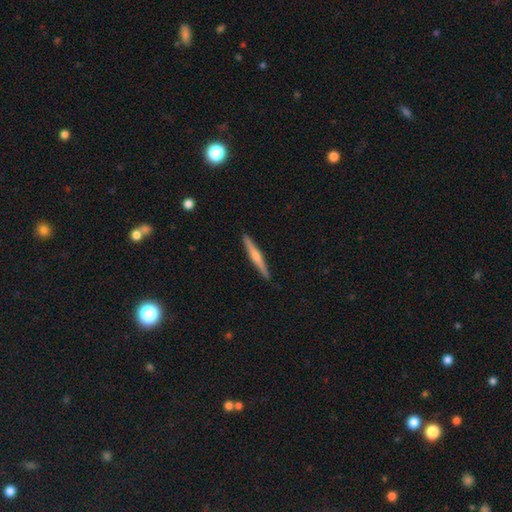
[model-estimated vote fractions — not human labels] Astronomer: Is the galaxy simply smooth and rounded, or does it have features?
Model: featured or disk — 63%.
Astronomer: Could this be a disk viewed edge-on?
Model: yes — 98%.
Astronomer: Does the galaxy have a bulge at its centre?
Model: rounded — 74%.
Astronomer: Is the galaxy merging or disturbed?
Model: none — 92%.